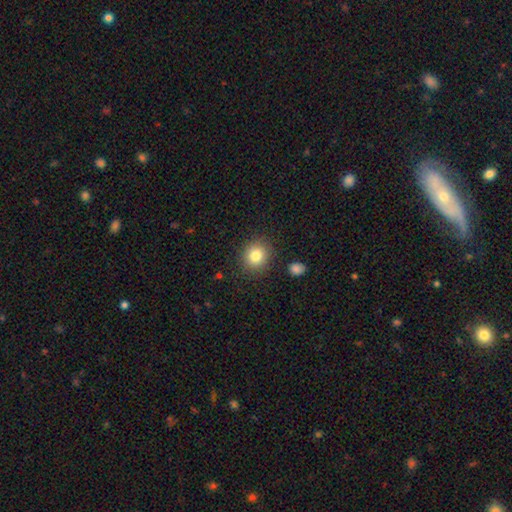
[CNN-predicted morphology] The model was most divided on "how rounded": round: 81%, in between: 18%, cigar-shaped: 1%. More confident: merging — none (87%); smooth or featured — smooth (83%).